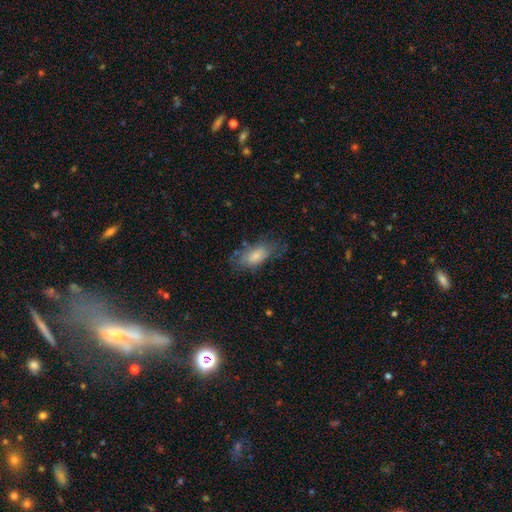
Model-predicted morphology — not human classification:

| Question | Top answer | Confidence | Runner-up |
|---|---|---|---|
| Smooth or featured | smooth | 72% | featured or disk (21%) |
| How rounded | in between | 88% | cigar-shaped (8%) |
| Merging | none | 54% | minor disturbance (28%) |